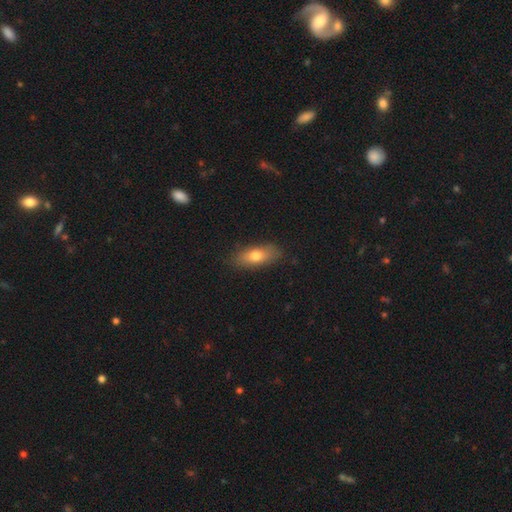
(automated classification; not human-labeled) The model was most divided on "smooth or featured": smooth: 72%, featured or disk: 21%, star or artifact: 7%. More confident: merging — none (84%); how rounded — in between (75%).